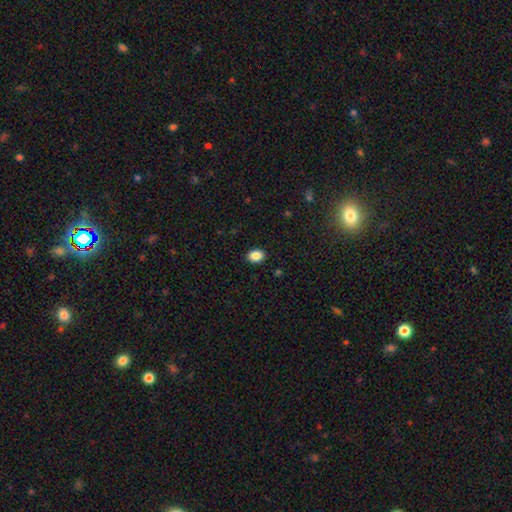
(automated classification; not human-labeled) A smooth galaxy with no disk features (87%) that is in between round and cigar-shaped (64%). Merging: none (91%).